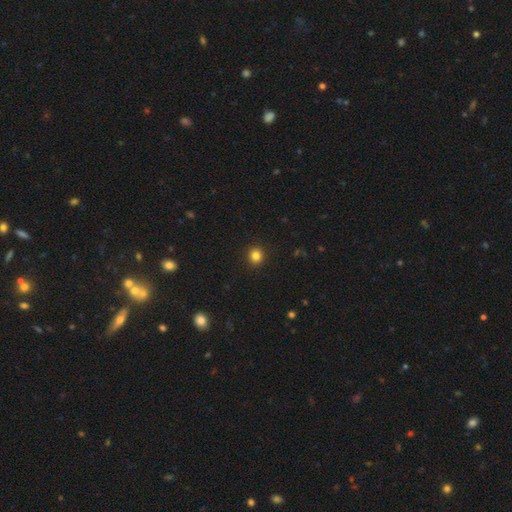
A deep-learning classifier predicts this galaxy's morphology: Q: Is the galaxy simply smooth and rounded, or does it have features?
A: smooth — 84%.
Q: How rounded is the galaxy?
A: round — 91%.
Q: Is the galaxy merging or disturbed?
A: none — 93%.